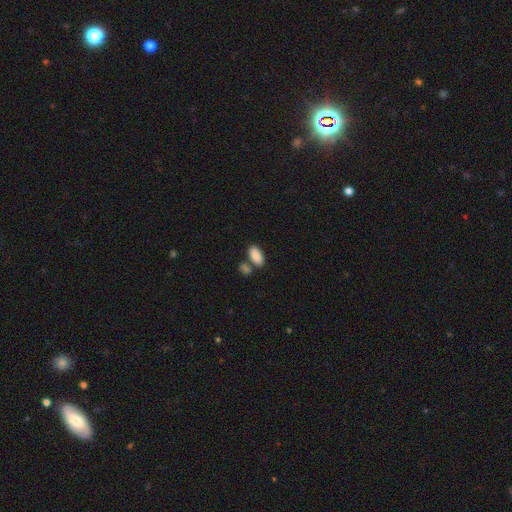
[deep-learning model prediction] A smooth galaxy with no disk features (88%) that is in between round and cigar-shaped (93%). Merging: none (60%).